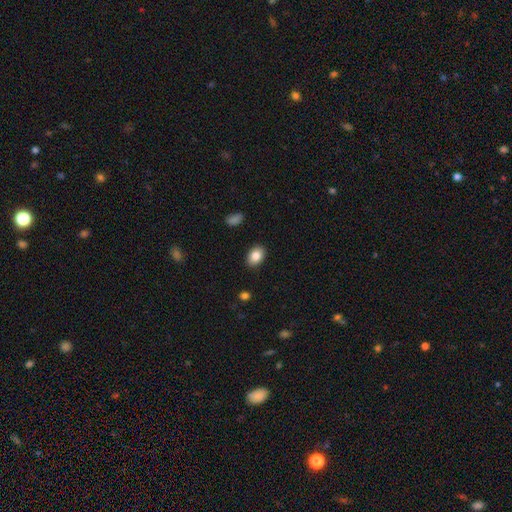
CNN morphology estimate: Smooth or featured? Predicted: smooth (p=0.85). How rounded? Predicted: in between (p=0.82). Merging? Predicted: none (p=0.89).